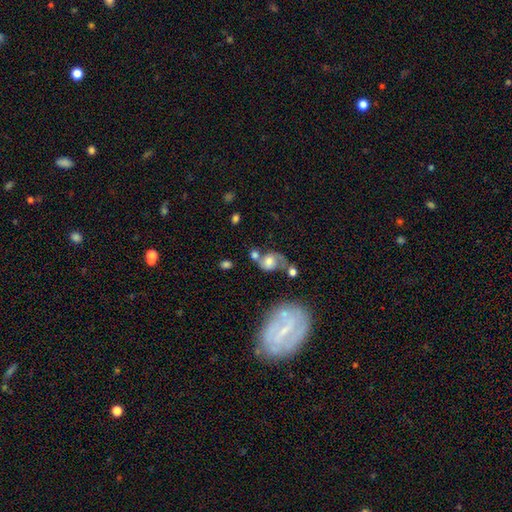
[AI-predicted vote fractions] smooth-or-featured: featured or disk: 53% | smooth: 36% | star or artifact: 11%
  disk-edge-on: no: 96% | yes: 4%
    bar: no: 61% | weak: 31% | strong: 8%
    has-spiral-arms: yes: 79% | no: 21%
    bulge-size: moderate: 47% | large: 24% | small: 19% | none: 7% | dominant: 4%
  merging: none: 40% | merger: 25% | minor disturbance: 19% | major disturbance: 16%